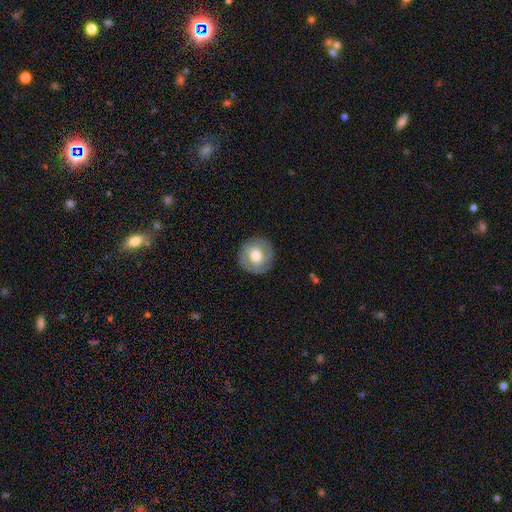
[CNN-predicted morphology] Overall: featured or disk (47%; smooth 46%). Merging: none (88%).